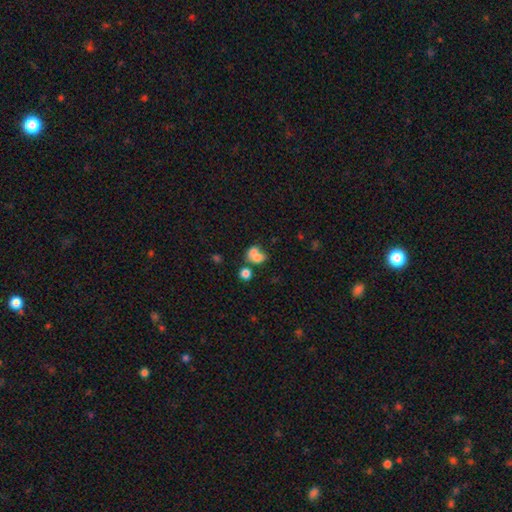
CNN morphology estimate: This is likely a smooth galaxy (70%). How rounded: possibly in between (50%). Merging: likely merger (61%).